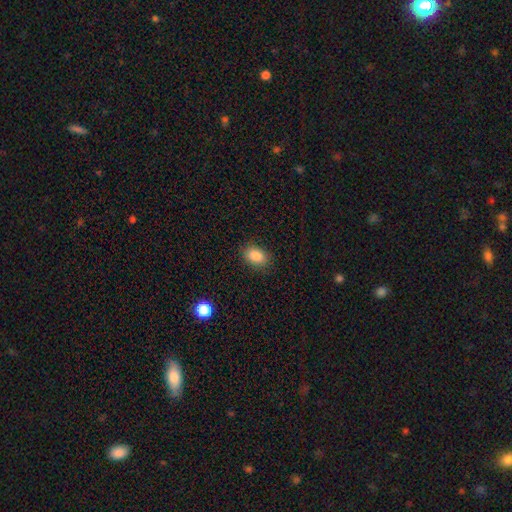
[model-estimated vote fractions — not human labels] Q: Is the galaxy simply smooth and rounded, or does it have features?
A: smooth — 87%.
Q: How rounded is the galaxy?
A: in between — 83%.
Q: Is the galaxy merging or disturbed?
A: none — 86%.